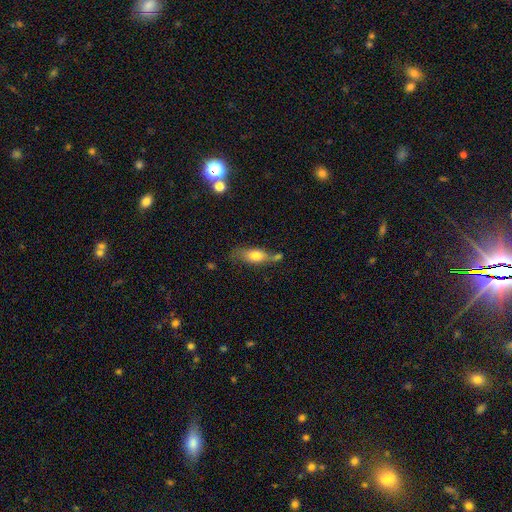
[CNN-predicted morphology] Smooth or featured?
  - smooth: 67% *
  - featured or disk: 25%
  - star or artifact: 8%
How rounded?
  - in between: 74% *
  - cigar-shaped: 20%
  - round: 6%
Merging?
  - none: 45% *
  - merger: 23%
  - minor disturbance: 22%
  - major disturbance: 10%